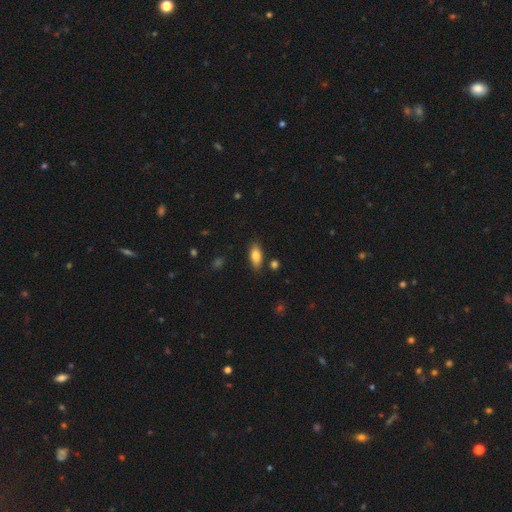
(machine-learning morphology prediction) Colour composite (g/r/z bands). It shows a smooth galaxy with no disk features (82%) that is in between round and cigar-shaped (84%). Merging: none (82%).